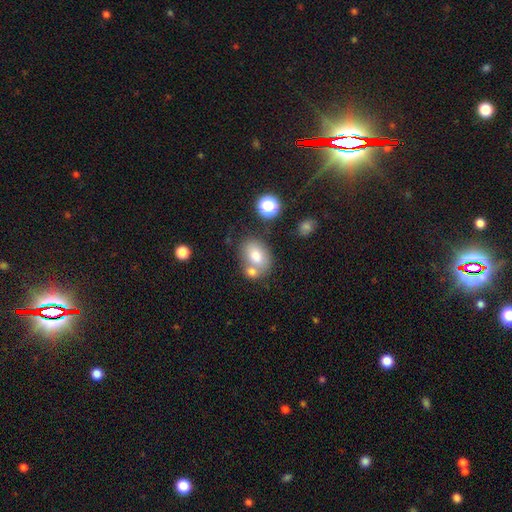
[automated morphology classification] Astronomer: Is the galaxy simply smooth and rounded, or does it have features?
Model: smooth — 72%.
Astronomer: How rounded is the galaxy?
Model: in between — 70%.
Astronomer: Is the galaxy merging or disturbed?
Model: none — 47% (runner-up: merger, 33%).